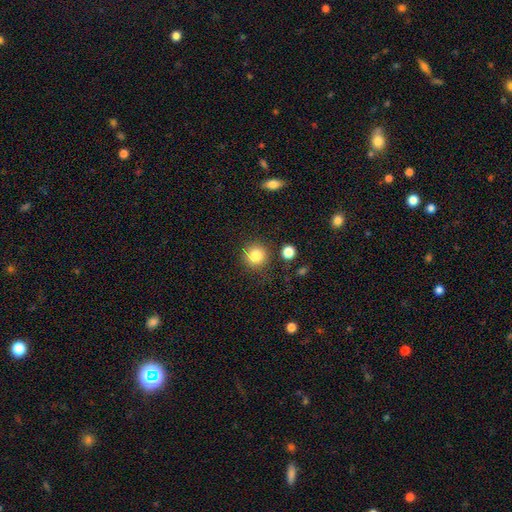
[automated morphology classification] This is clearly a smooth galaxy (84%). How rounded: clearly round (93%). Merging: clearly none (86%).